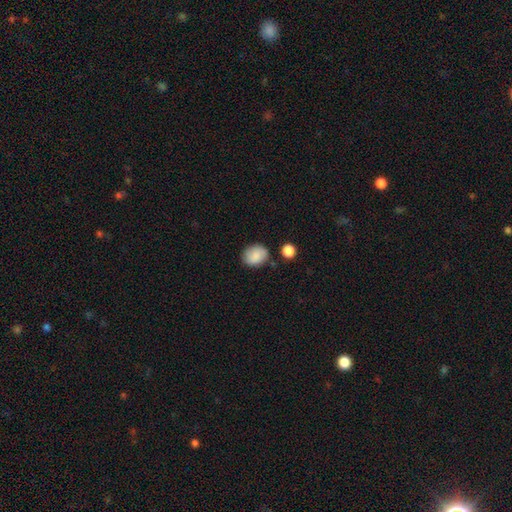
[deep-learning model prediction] This is clearly a smooth galaxy (85%). How rounded: possibly in between (55%). Merging: likely none (76%).